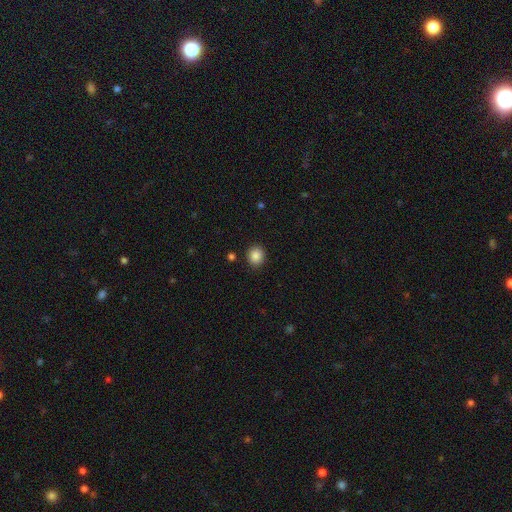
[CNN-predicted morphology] A smooth galaxy with no disk features (87%) that is round (81%). Merging: none (90%).